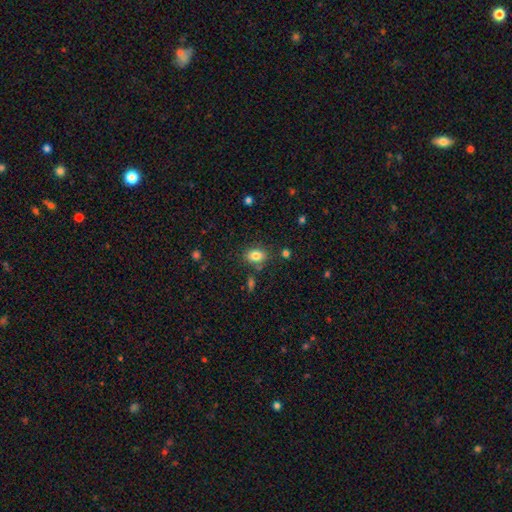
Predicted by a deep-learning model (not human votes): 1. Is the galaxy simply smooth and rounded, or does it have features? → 81% smooth, 10% star or artifact, 9% featured or disk.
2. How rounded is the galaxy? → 70% in between, 29% round, 1% cigar-shaped.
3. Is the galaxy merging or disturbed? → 77% none, 13% minor disturbance, 6% merger, 4% major disturbance.